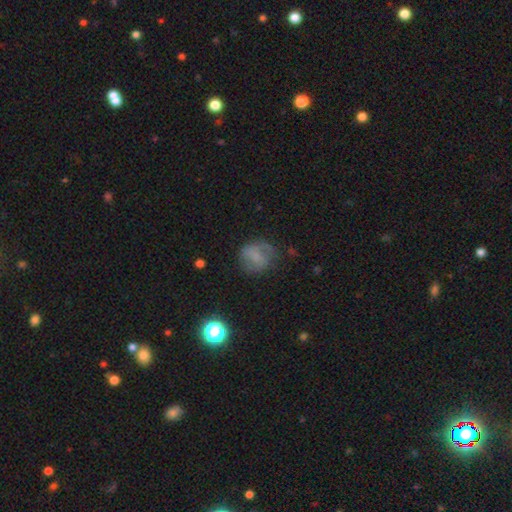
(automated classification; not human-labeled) This appears to be a smooth galaxy with no disk features (57%) that is round (70%). Merging: none (57%).